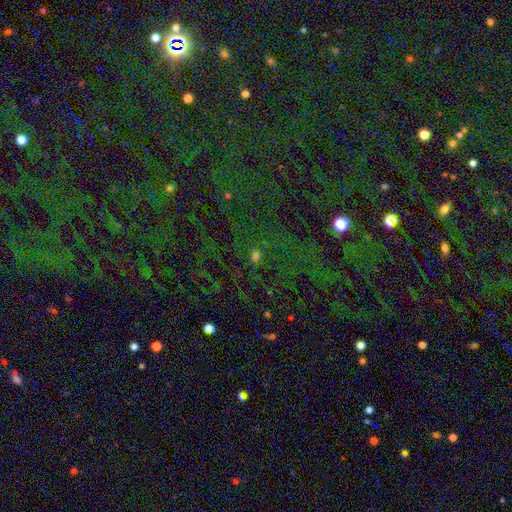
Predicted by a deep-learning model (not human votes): The model was most divided on "smooth or featured": star or artifact: 57%, smooth: 35%, featured or disk: 9%.